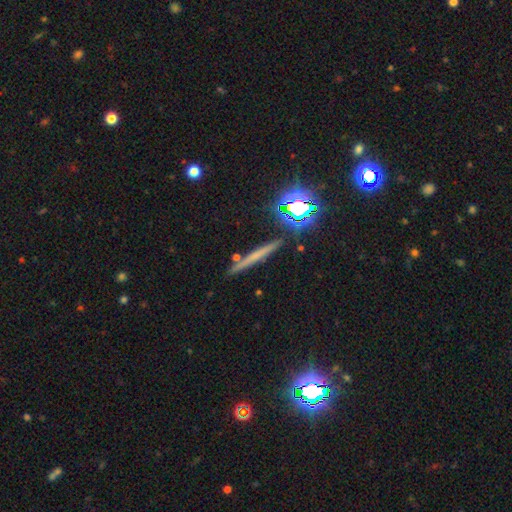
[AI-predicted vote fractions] smooth_or_featured: smooth (p=0.41) [alt: featured or disk p=0.38]
merging: none (p=0.87) [alt: minor disturbance p=0.08]